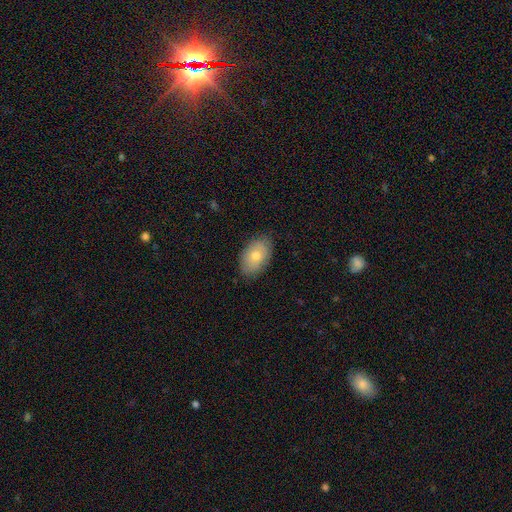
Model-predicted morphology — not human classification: A smooth galaxy with no disk features (72%) that is in between round and cigar-shaped (91%).

Vote fractions:
- Smooth or featured? smooth: 72% / featured or disk: 20% / star or artifact: 8%
- How rounded? in between: 91% / round: 8% / cigar-shaped: 1%
- Merging? none: 85% / minor disturbance: 12% / major disturbance: 2% / merger: 1%